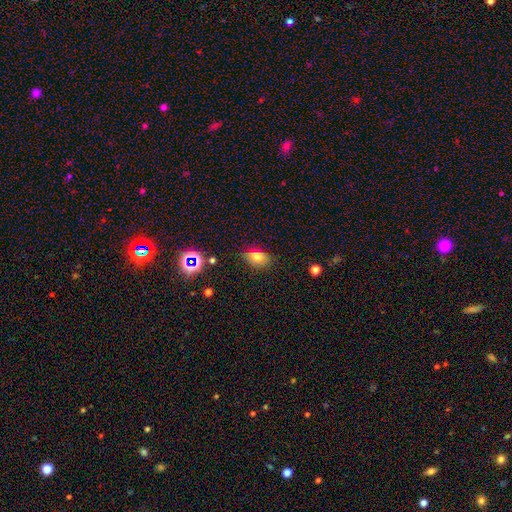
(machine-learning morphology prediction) Smooth or featured: smooth — 72% (star or artifact — 15%)
How rounded: in between — 83% (round — 15%)
Merging: none — 79% (minor disturbance — 16%)